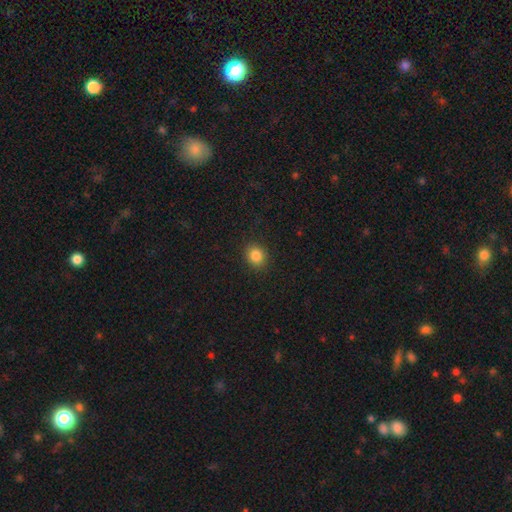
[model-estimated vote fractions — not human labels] Smooth or featured? Predicted: smooth (p=0.85). How rounded? Predicted: round (p=0.73). Merging? Predicted: none (p=0.90).